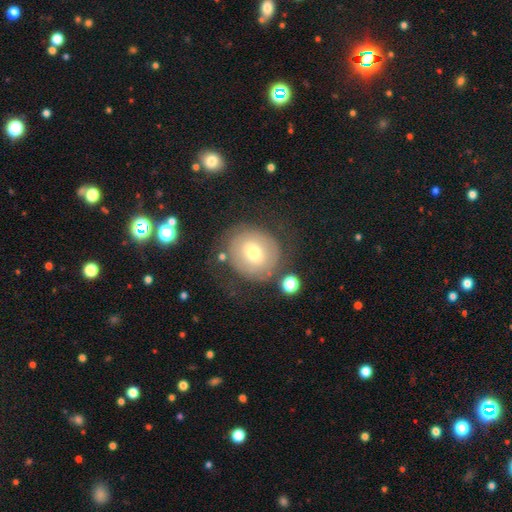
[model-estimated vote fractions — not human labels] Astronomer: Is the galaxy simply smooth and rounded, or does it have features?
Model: smooth — 49% (runner-up: featured or disk, 42%).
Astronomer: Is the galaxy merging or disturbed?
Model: none — 64%.